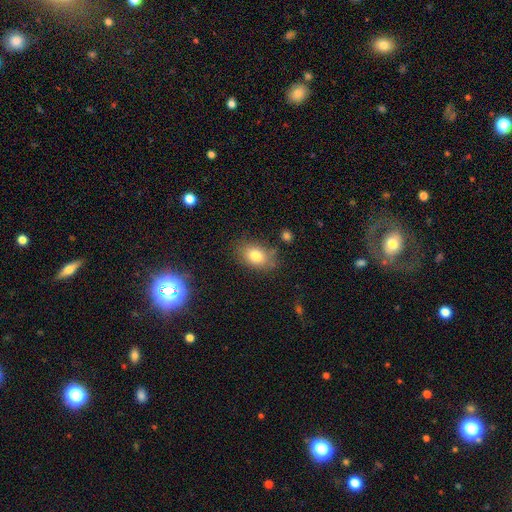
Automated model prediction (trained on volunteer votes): This appears to be a smooth galaxy with no disk features (79%) that is in between round and cigar-shaped (81%). Merging: none (77%).